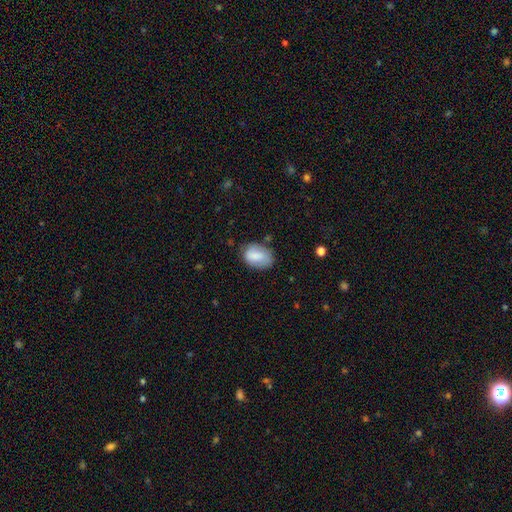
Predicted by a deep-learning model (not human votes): This appears to be a smooth galaxy with no disk features (80%) that is in between round and cigar-shaped (84%). Merging: none (66%).